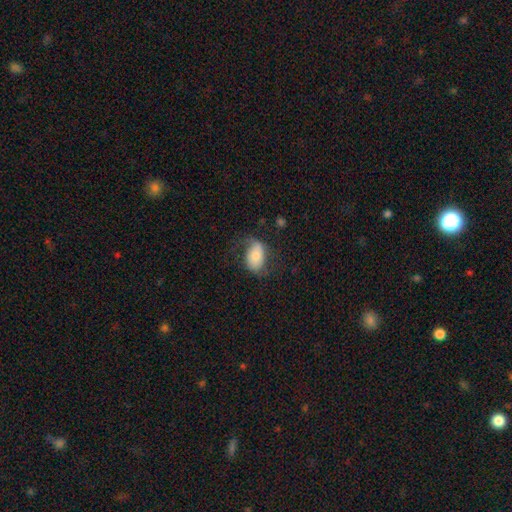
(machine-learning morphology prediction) smooth_or_featured: smooth (p=0.59) [alt: featured or disk p=0.34]
how_rounded: in between (p=0.88) [alt: round p=0.11]
merging: none (p=0.53) [alt: minor disturbance p=0.25]